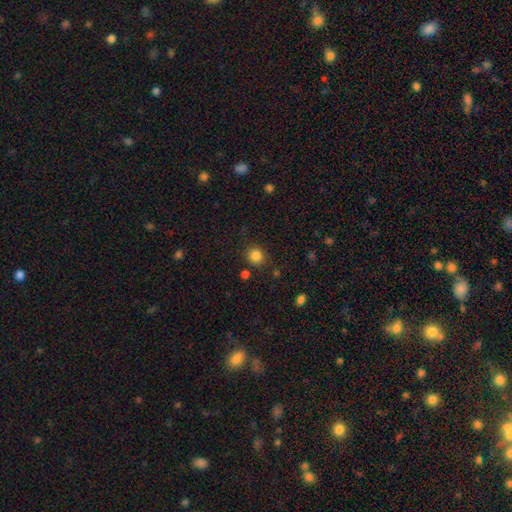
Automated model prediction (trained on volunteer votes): Smooth or featured? Predicted: smooth (p=0.84). How rounded? Predicted: round (p=0.84). Merging? Predicted: none (p=0.85).